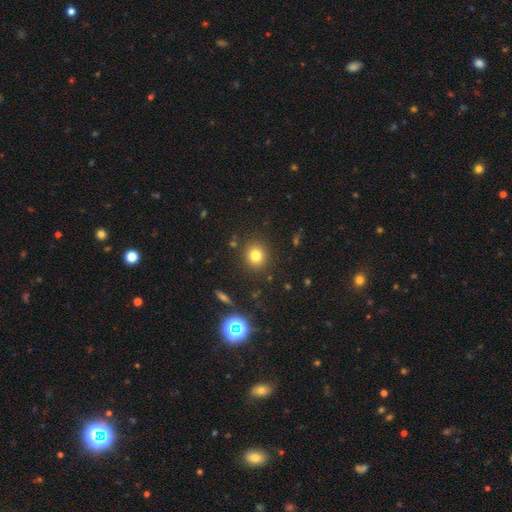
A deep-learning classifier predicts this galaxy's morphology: Smooth or featured: smooth — 77% (star or artifact — 15%)
How rounded: round — 86% (in between — 13%)
Merging: none — 88% (minor disturbance — 7%)